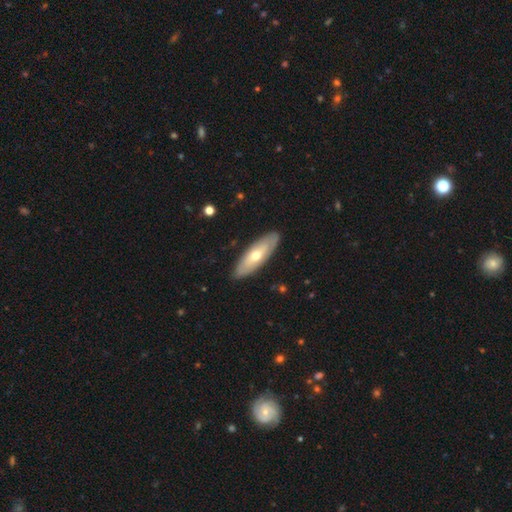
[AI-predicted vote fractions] Smooth or featured? smooth (49%)
Merging? none (87%)